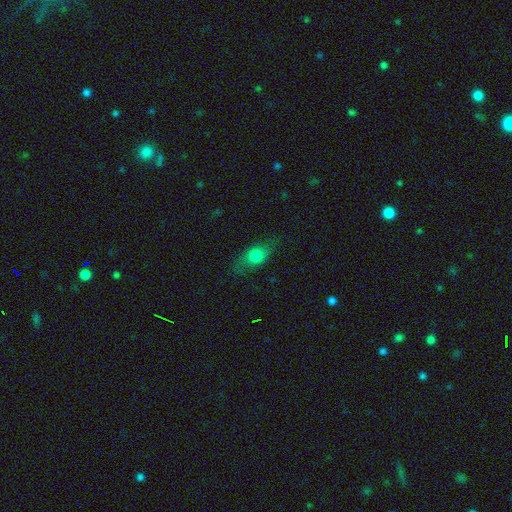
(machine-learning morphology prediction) A smooth galaxy with no disk features (69%) that is in between round and cigar-shaped (66%). Merging: none (71%).